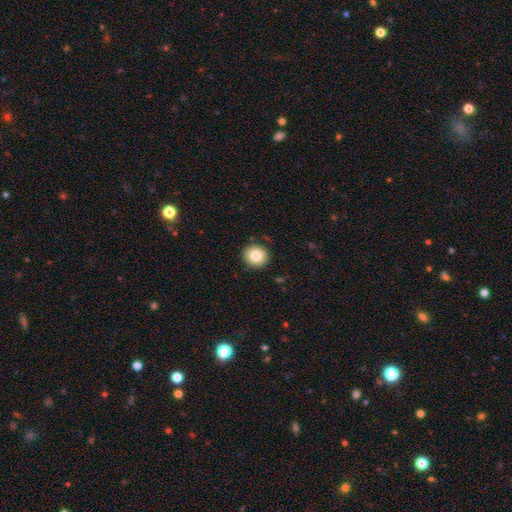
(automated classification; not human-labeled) This appears to be a smooth galaxy with no disk features (83%) that is round (87%). Merging: none (90%).